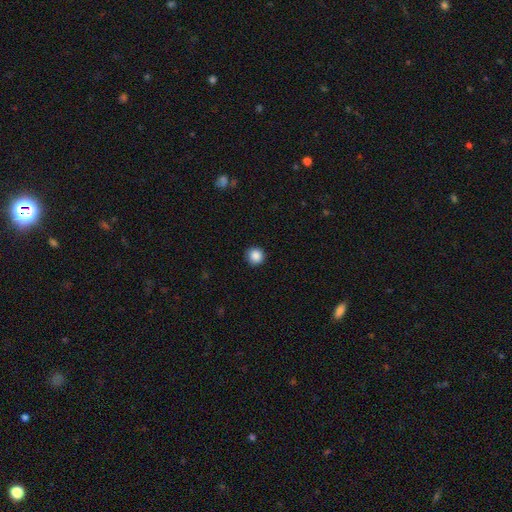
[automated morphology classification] Smooth or featured: smooth — 87% (star or artifact — 9%)
How rounded: round — 94% (in between — 5%)
Merging: none — 89% (minor disturbance — 8%)